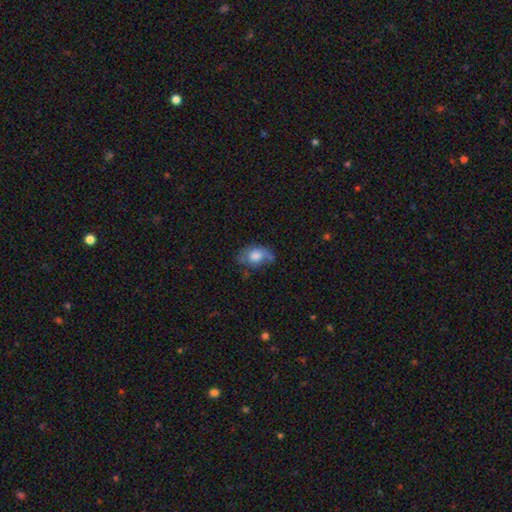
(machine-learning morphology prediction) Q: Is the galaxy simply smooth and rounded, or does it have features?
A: smooth — 61%.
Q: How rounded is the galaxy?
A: in between — 80%.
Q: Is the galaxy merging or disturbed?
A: none — 44%.